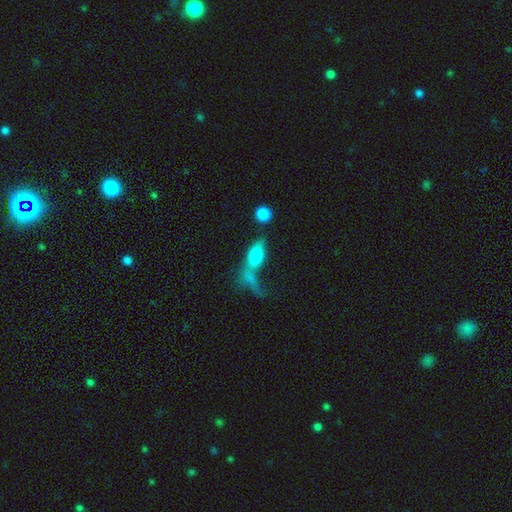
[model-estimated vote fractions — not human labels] Q: Smooth or featured?
A: smooth (68%); runner-up: featured or disk (24%)
Q: How rounded?
A: in between (74%); runner-up: cigar-shaped (18%)
Q: Merging?
A: merger (37%); runner-up: none (26%)